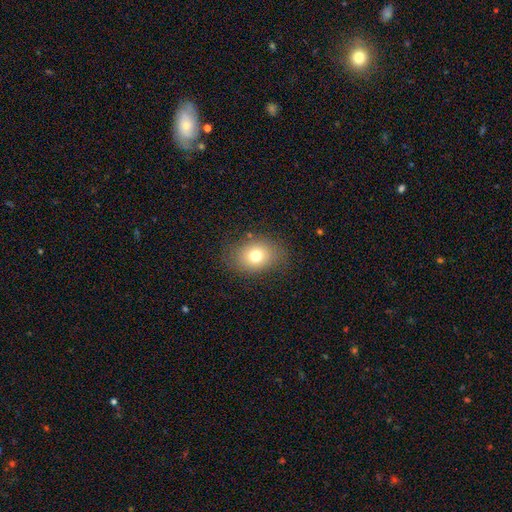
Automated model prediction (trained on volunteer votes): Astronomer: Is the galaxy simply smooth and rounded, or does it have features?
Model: smooth — 75%.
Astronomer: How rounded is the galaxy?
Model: in between — 58% (runner-up: round, 41%).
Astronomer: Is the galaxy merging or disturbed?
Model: none — 81%.